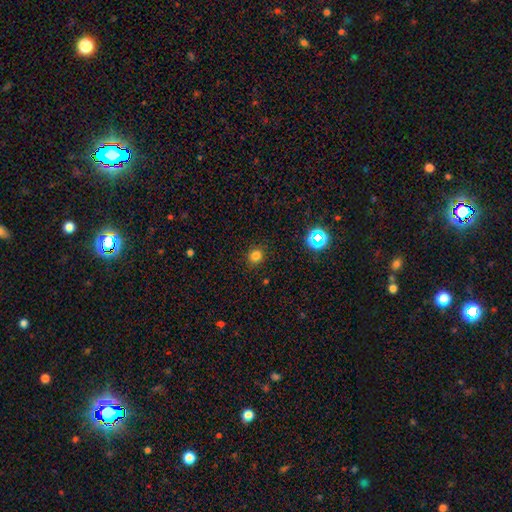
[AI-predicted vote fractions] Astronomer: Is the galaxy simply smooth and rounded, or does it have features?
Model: smooth — 79%.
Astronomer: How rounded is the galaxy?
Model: round — 87%.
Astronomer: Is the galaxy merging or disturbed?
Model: none — 89%.